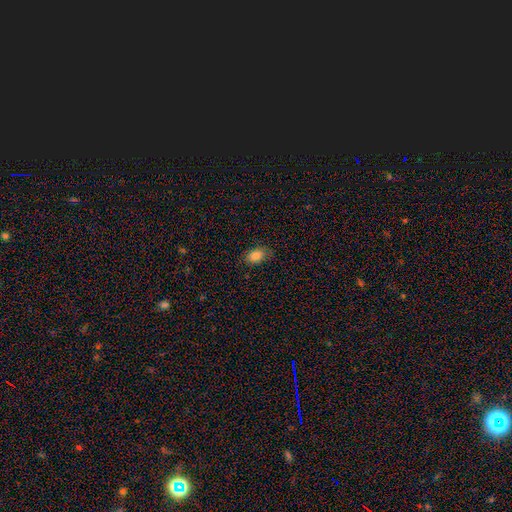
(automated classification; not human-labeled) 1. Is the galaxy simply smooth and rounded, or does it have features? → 84% smooth, 9% star or artifact, 7% featured or disk.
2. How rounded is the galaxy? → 84% in between, 14% round, 1% cigar-shaped.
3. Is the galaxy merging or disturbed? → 78% none, 17% minor disturbance, 4% major disturbance, 1% merger.